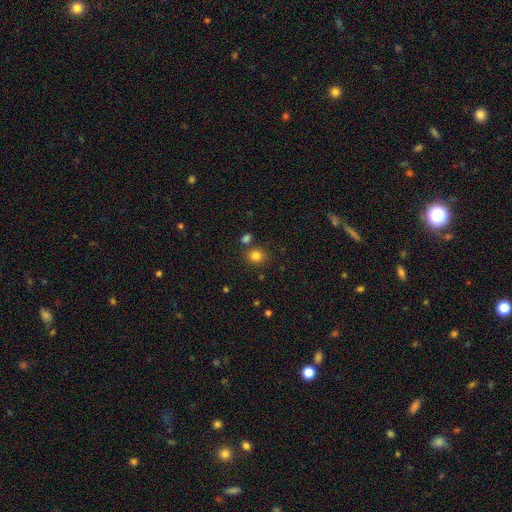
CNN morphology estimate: This is clearly a smooth galaxy (82%). How rounded: likely round (77%). Merging: likely none (76%).